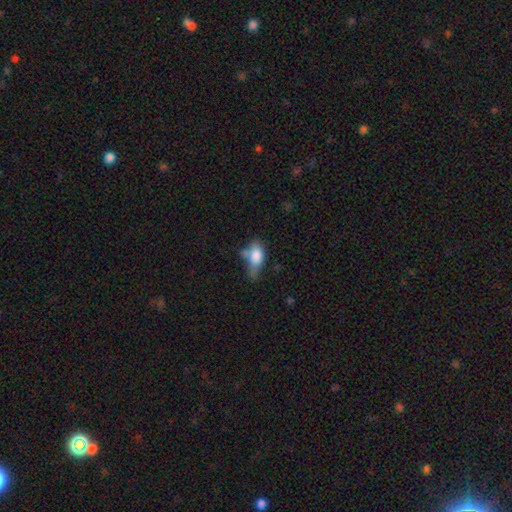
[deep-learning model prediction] This is likely a smooth galaxy (76%). How rounded: clearly in between (84%). Merging: marginally minor disturbance (32%).